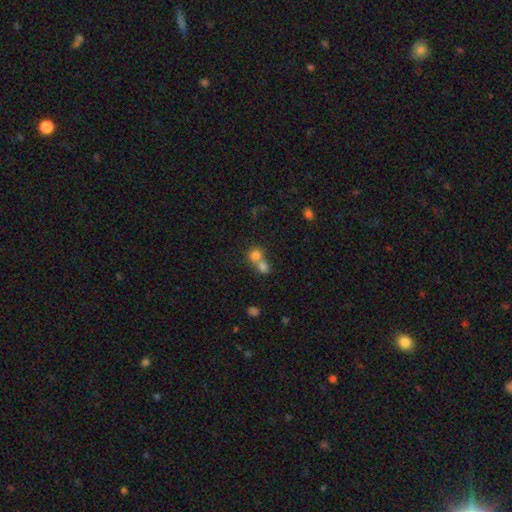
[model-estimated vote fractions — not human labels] Overall: smooth (77%). How rounded: round (72%). Merging: merger (62%; none 30%).